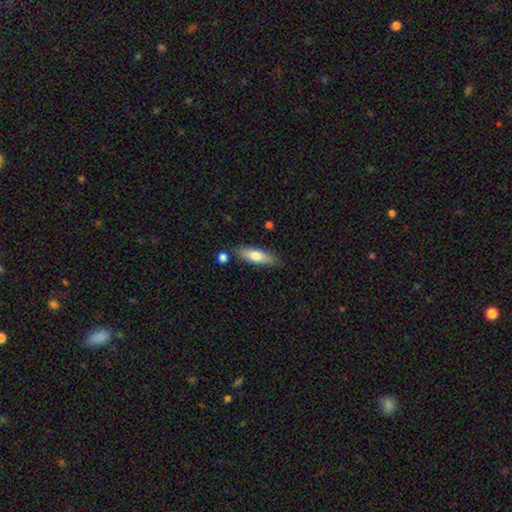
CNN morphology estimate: smooth_or_featured: smooth (p=0.73) [alt: featured or disk p=0.21]
how_rounded: in between (p=0.50) [alt: cigar-shaped p=0.48]
merging: none (p=0.81) [alt: minor disturbance p=0.12]